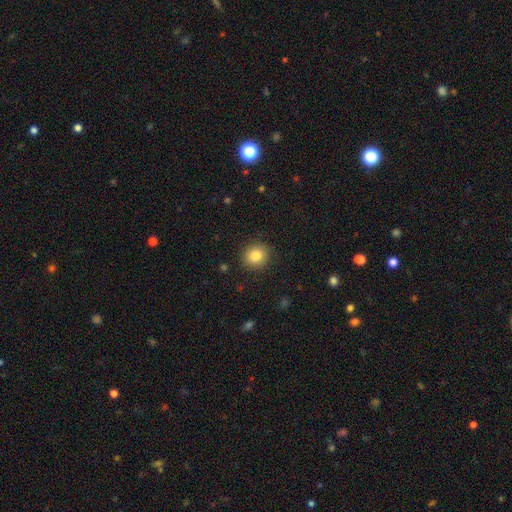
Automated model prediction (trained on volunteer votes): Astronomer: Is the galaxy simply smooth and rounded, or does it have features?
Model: smooth — 84%.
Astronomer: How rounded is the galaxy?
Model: round — 82%.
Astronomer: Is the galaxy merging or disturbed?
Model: none — 90%.